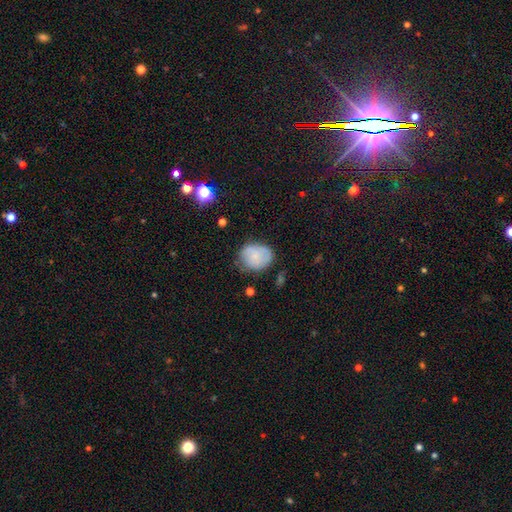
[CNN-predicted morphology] The model was most divided on "how rounded": round: 59%, in between: 40%, cigar-shaped: 1%. More confident: smooth or featured — smooth (64%); merging — none (61%).